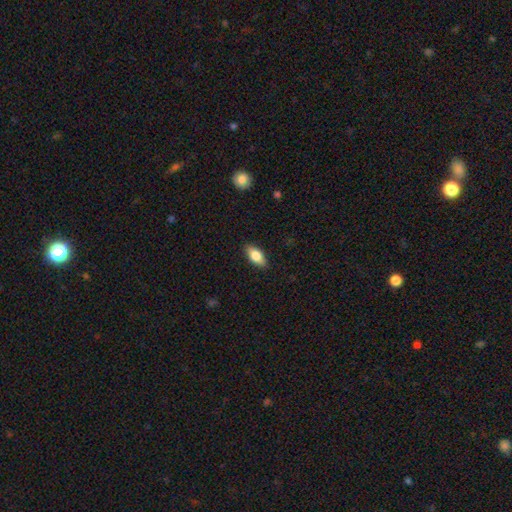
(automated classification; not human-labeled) This appears to be a smooth galaxy with no disk features (77%) that is in between round and cigar-shaped (87%). Merging: none (88%).